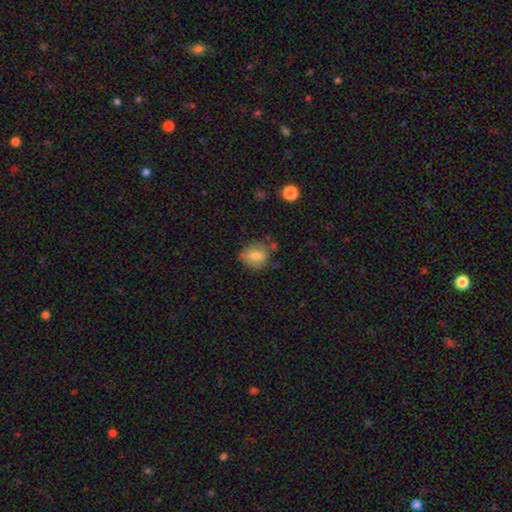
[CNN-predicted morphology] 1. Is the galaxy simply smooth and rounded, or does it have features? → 73% smooth, 18% featured or disk, 9% star or artifact.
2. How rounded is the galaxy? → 50% round, 49% in between, 2% cigar-shaped.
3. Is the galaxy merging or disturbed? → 65% none, 23% minor disturbance, 7% major disturbance, 6% merger.